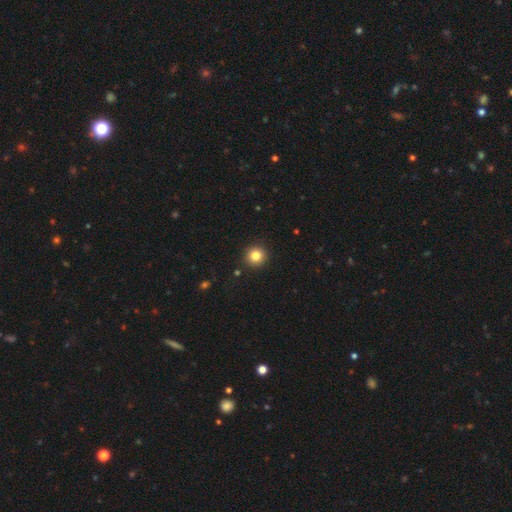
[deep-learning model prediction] A smooth galaxy with no disk features (83%) that is round (94%). Merging: none (92%).